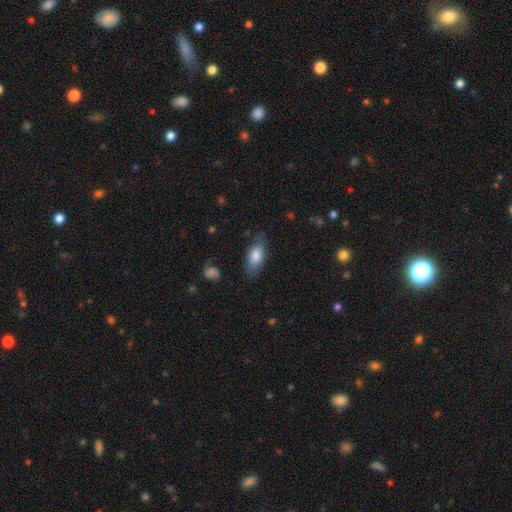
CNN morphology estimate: Smooth or featured: smooth — 78% (featured or disk — 15%)
How rounded: in between — 84% (cigar-shaped — 13%)
Merging: none — 74% (minor disturbance — 20%)